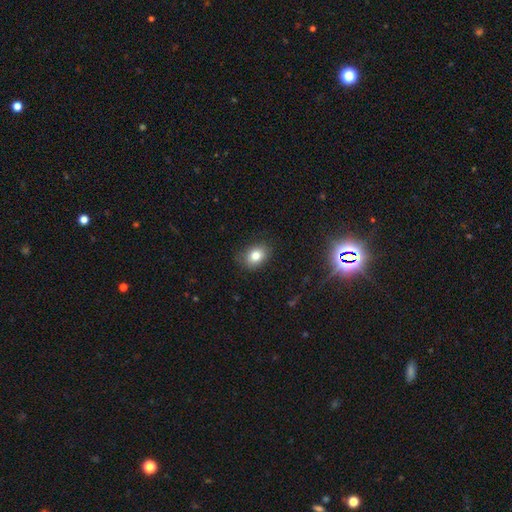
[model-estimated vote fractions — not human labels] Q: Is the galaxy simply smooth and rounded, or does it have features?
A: smooth — 80%.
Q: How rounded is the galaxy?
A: in between — 63%.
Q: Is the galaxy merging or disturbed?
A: none — 81%.